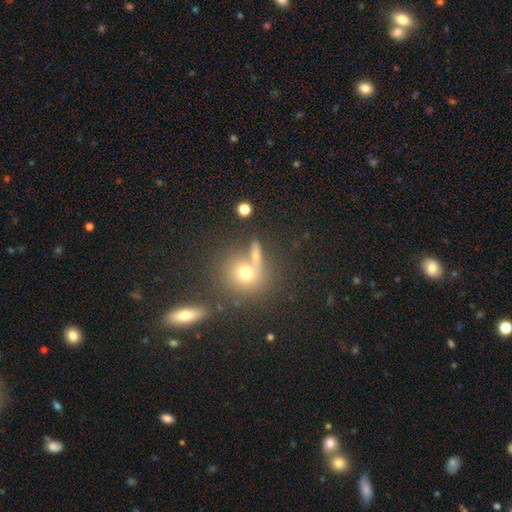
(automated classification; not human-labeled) Smooth or featured: smooth — 66% (featured or disk — 19%)
How rounded: round — 57% (in between — 27%)
Merging: none — 57% (merger — 26%)